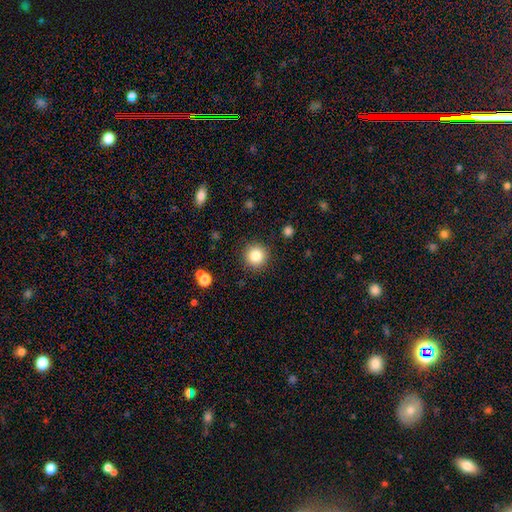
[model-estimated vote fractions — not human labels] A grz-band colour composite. It shows a smooth galaxy with no disk features (83%) that is round (95%). Merging: none (90%).